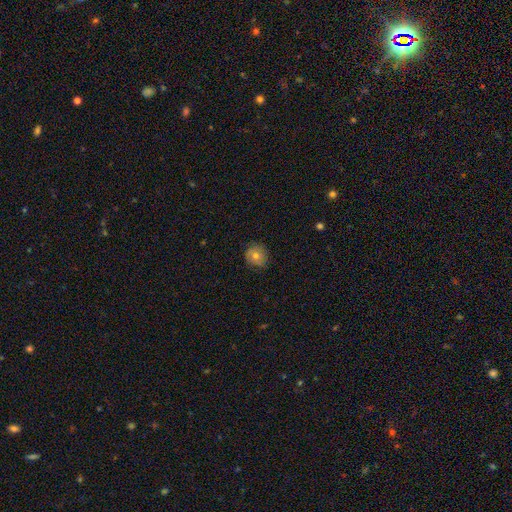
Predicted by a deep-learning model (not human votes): smooth 63%, featured or disk 27%, star or artifact 10%. Down the decision tree: how rounded — round (85%); merging — none (79%).